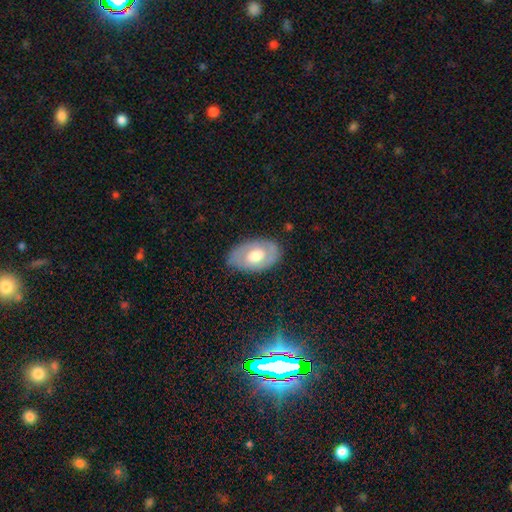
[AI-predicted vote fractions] Smooth or featured: featured or disk — 48% (smooth — 46%)
Merging: none — 76% (minor disturbance — 18%)